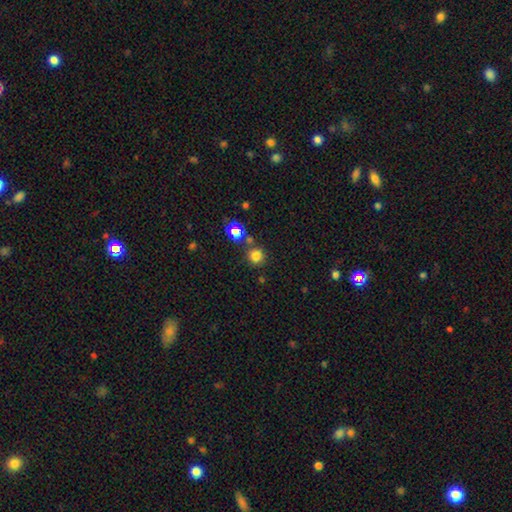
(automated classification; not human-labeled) Smooth or featured? smooth (79%)
How rounded? round (92%)
Merging? none (77%)